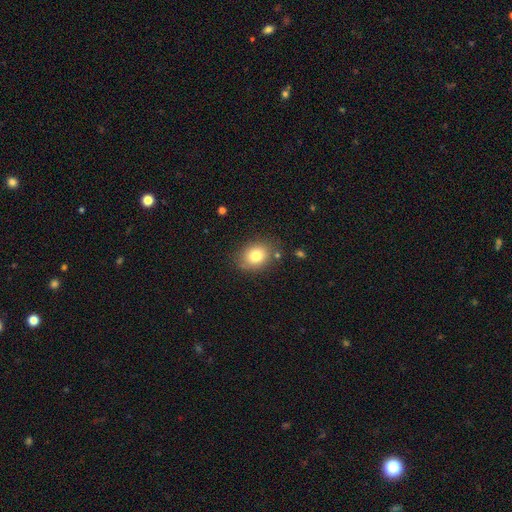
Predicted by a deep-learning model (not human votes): Smooth or featured: smooth — 80% (star or artifact — 10%)
How rounded: round — 51% (in between — 48%)
Merging: none — 81% (minor disturbance — 12%)